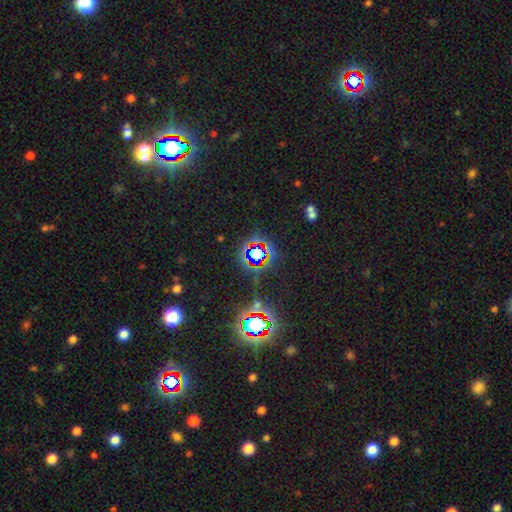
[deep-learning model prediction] This is likely a star or artifact rather than a galaxy (71%).